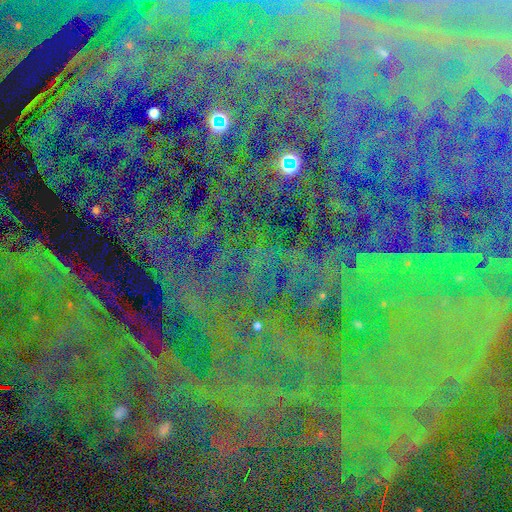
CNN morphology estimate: A star or artifact, not a galaxy (86%).

Vote fractions:
- Smooth or featured? star or artifact: 86% / featured or disk: 8% / smooth: 6%